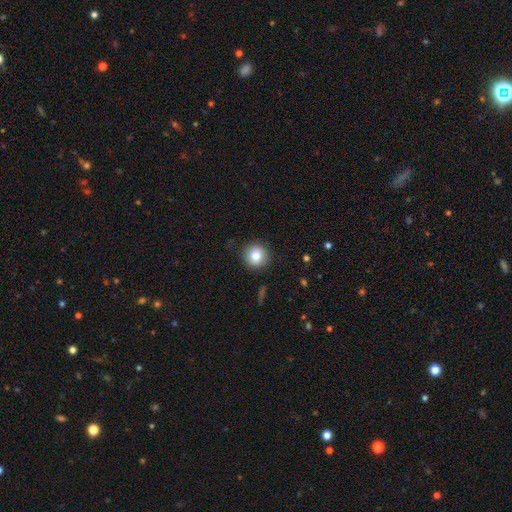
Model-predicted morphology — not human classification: smooth-or-featured: smooth: 83% | star or artifact: 9% | featured or disk: 7%
  how-rounded: round: 92% | in between: 7% | cigar-shaped: 1%
  merging: none: 88% | minor disturbance: 8% | major disturbance: 2% | merger: 1%